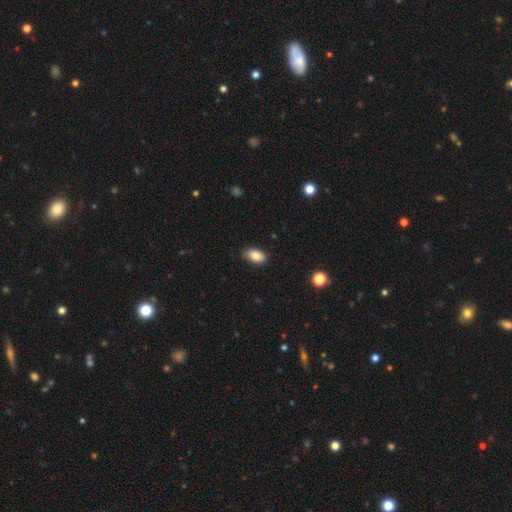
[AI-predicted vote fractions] Overall: smooth (85%). How rounded: in between (92%). Merging: none (79%).